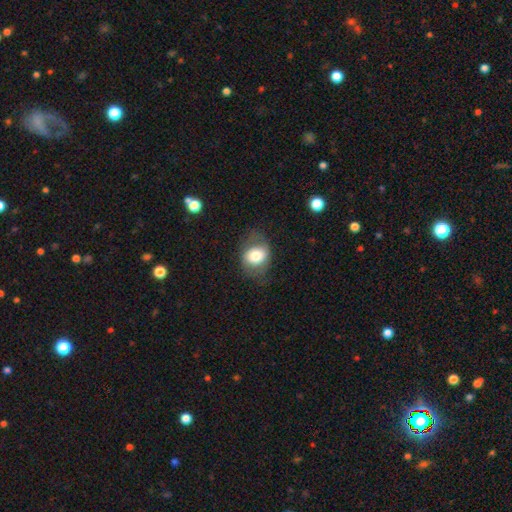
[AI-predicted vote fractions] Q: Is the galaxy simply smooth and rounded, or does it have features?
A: smooth — 70%.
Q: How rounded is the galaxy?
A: in between — 53%.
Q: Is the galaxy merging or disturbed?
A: none — 66%.